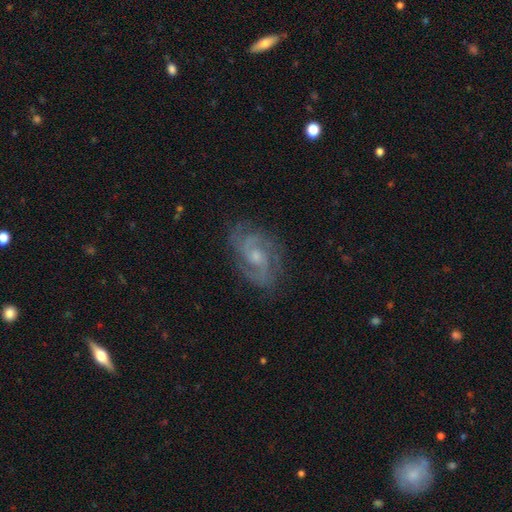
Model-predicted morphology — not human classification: Smooth or featured: featured or disk — 83% (star or artifact — 9%)
Edge-on disk: no — 97% (yes — 3%)
Bar: no — 53% (weak — 39%)
Spiral arms: yes — 97% (no — 3%)
Spiral winding: medium — 45% (tight — 43%)
Spiral arm count: 2 — 46% (3 — 21%)
Bulge size: small — 46% (tied with moderate — 46%)
Merging: none — 80% (minor disturbance — 14%)